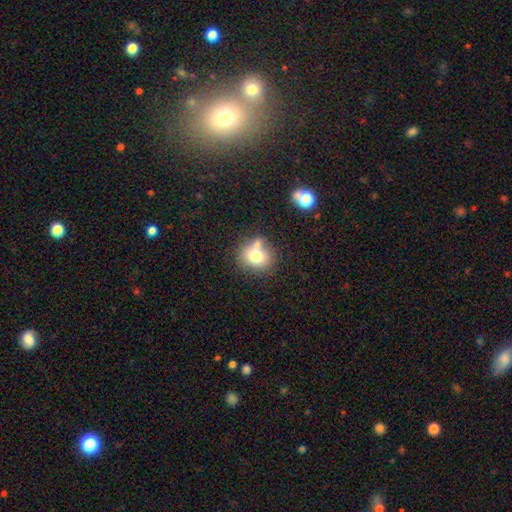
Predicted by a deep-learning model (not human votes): This appears to be a smooth galaxy with no disk features (73%) that is round (72%). Merging: none (54%).